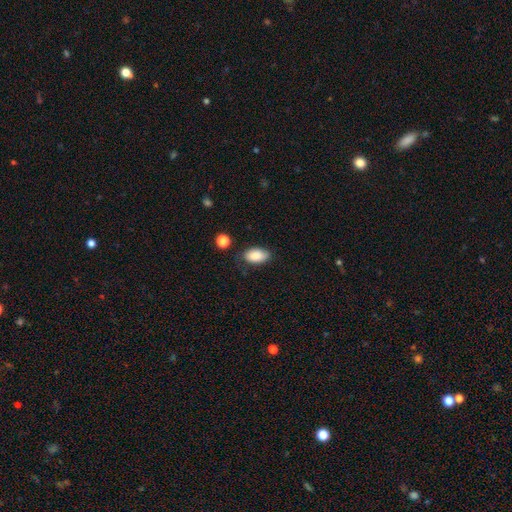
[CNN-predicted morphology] Smooth or featured? smooth (87%)
How rounded? in between (92%)
Merging? none (72%)